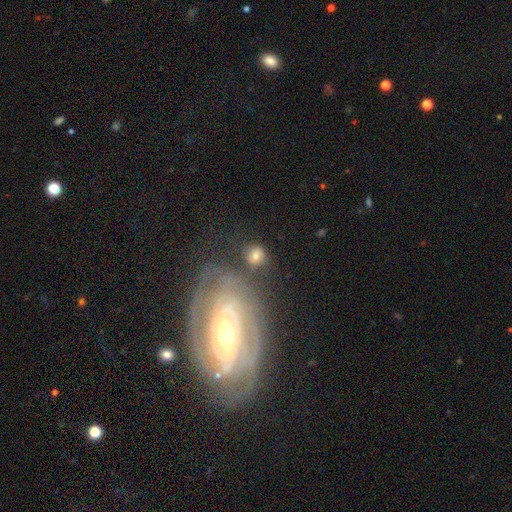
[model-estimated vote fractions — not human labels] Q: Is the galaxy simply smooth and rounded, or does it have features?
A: smooth — 63%.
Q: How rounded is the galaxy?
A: round — 80%.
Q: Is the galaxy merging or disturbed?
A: none — 66%.